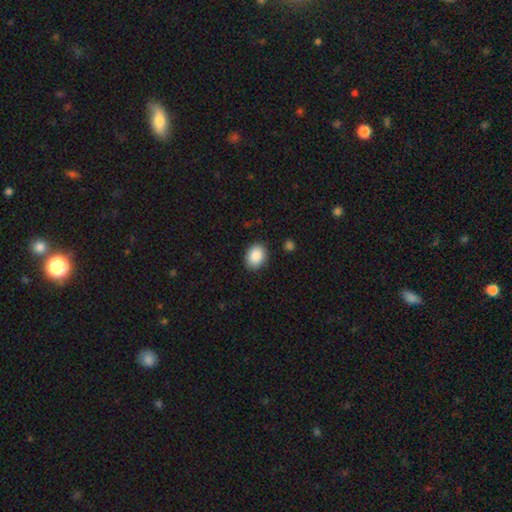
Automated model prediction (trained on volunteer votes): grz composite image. It shows a smooth galaxy with no disk features (89%) that is in between round and cigar-shaped (60%). Merging: none (88%).